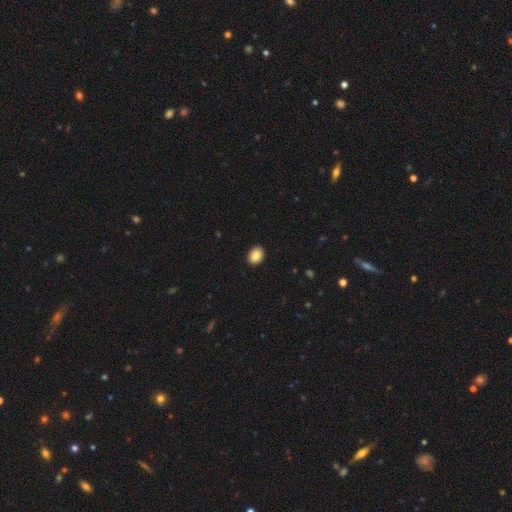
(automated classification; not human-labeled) smooth-or-featured: smooth: 87% | star or artifact: 8% | featured or disk: 5%
  how-rounded: in between: 64% | round: 35% | cigar-shaped: 1%
  merging: none: 92% | minor disturbance: 6% | major disturbance: 2% | merger: 1%